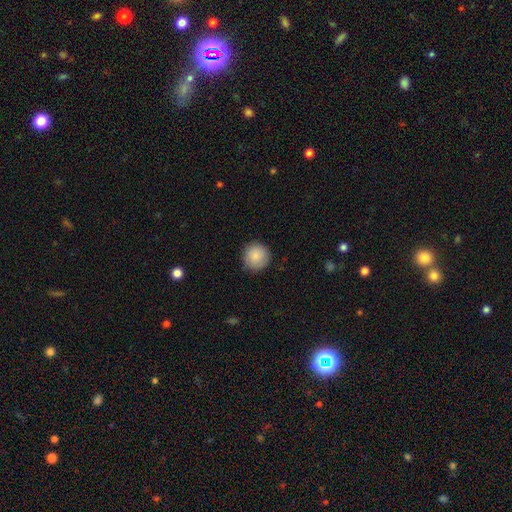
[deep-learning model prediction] Smooth or featured: smooth — 87% (star or artifact — 8%)
How rounded: round — 94% (in between — 5%)
Merging: none — 87% (minor disturbance — 9%)